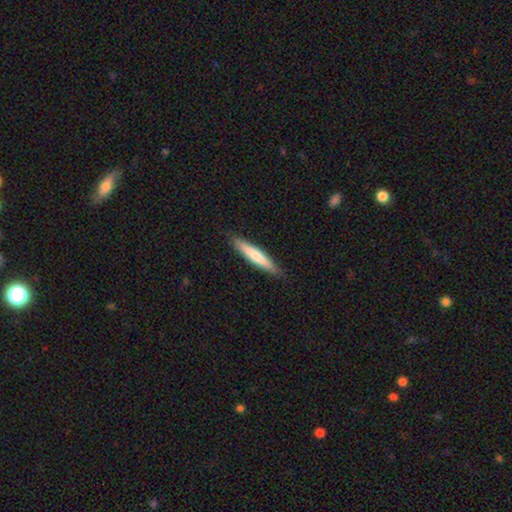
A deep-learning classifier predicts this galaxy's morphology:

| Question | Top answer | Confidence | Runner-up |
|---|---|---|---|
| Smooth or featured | smooth | 67% | featured or disk (28%) |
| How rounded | cigar-shaped | 91% | in between (8%) |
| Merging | none | 89% | minor disturbance (9%) |